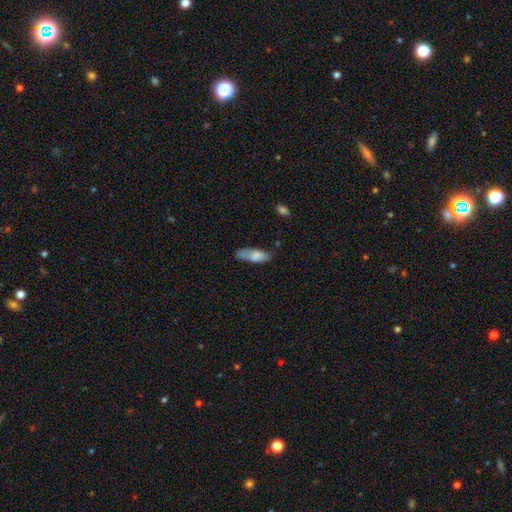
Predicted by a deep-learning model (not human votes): A smooth galaxy with no disk features (74%) that is in between round and cigar-shaped (60%).

Vote fractions:
- Smooth or featured? smooth: 74% / featured or disk: 19% / star or artifact: 7%
- How rounded? in between: 60% / cigar-shaped: 38% / round: 2%
- Merging? none: 55% / minor disturbance: 28% / major disturbance: 9% / merger: 8%